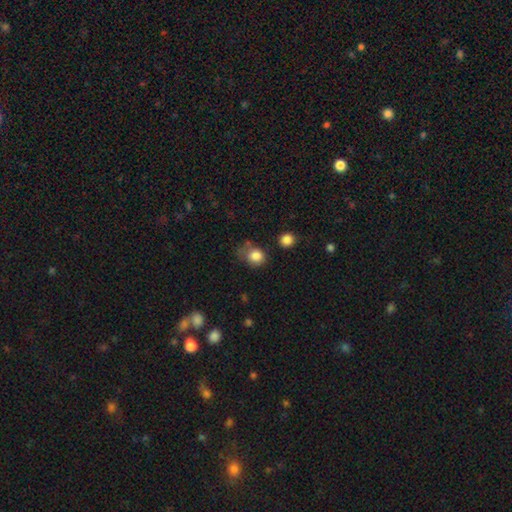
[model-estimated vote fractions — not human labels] The model was most divided on "merging": none: 51%, minor disturbance: 30%, major disturbance: 13%, merger: 6%. More confident: smooth or featured — smooth (83%); how rounded — round (66%).